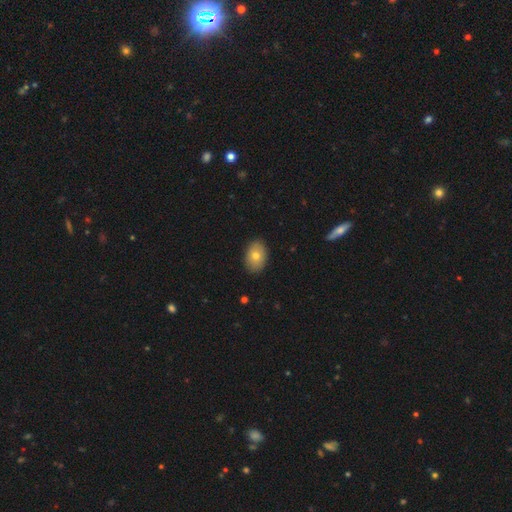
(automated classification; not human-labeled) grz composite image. It shows a smooth galaxy with no disk features (75%) that is in between round and cigar-shaped (83%). Merging: none (89%).